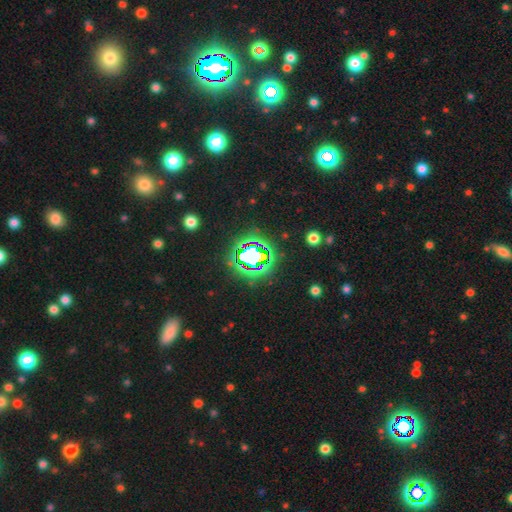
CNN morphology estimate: star or artifact 71%, smooth 18%, featured or disk 11%.